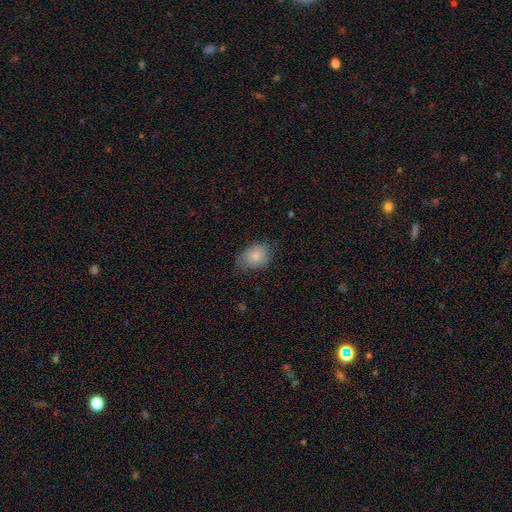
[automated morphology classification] A smooth galaxy with no disk features (78%) that is in between round and cigar-shaped (66%).

Vote fractions:
- Smooth or featured? smooth: 78% / featured or disk: 14% / star or artifact: 8%
- How rounded? in between: 66% / round: 33% / cigar-shaped: 1%
- Merging? none: 58% / minor disturbance: 32% / major disturbance: 9% / merger: 1%